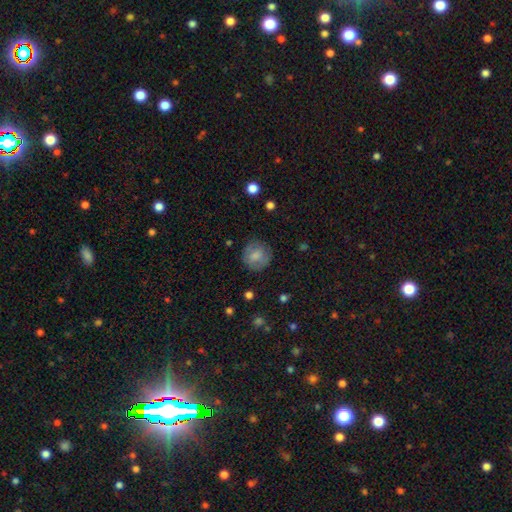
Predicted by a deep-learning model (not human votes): Morphology: type=smooth (77%); roundness=round (89%); merging=none (80%).